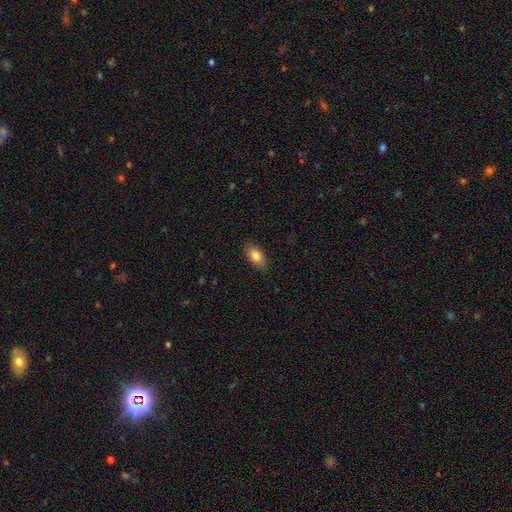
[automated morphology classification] Smooth or featured? smooth (83%)
How rounded? in between (90%)
Merging? none (86%)